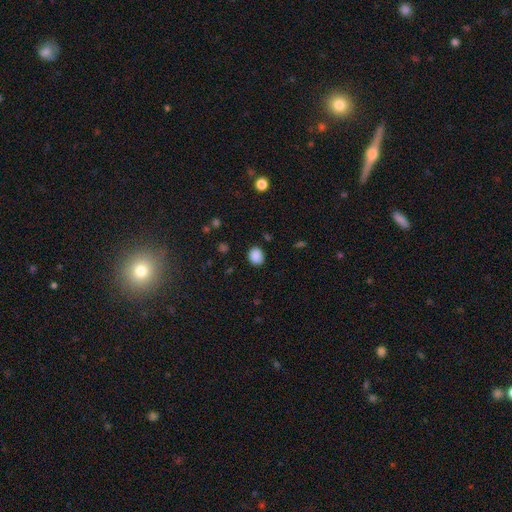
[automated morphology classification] Smooth or featured? Predicted: smooth (p=0.87). How rounded? Predicted: round (p=0.64). Merging? Predicted: none (p=0.85).